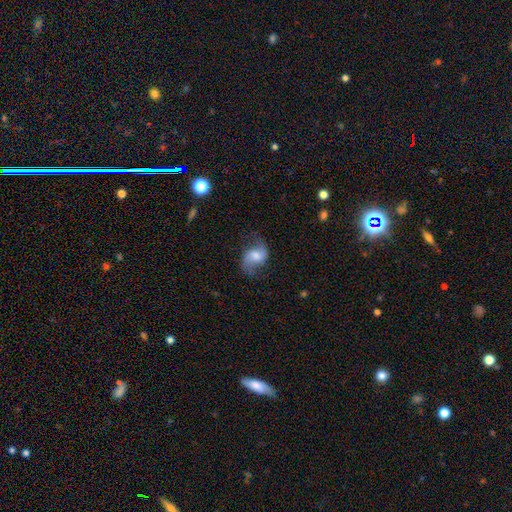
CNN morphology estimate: type=featured or disk (66%); edge-on=no (97%); bar=weak (46%); spiral arms=yes (92%); winding=loose (66%); arm count=2 (90%); bulge=moderate (45%); merging=none (66%).